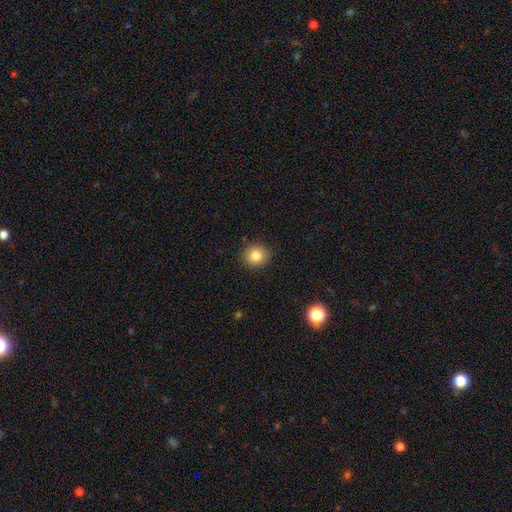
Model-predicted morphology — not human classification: Overall: smooth (83%). How rounded: round (85%). Merging: none (89%).